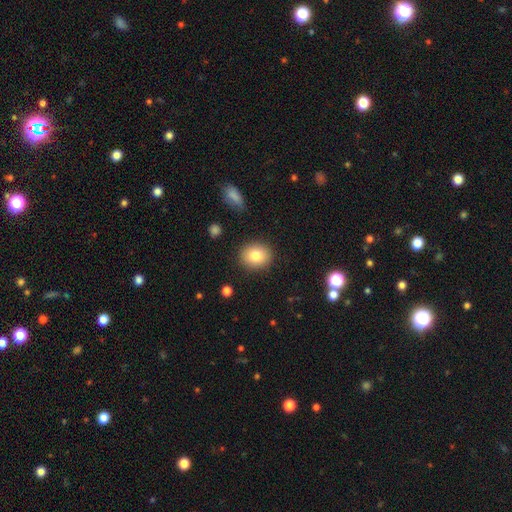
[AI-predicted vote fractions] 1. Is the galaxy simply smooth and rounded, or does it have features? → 80% smooth, 10% featured or disk, 9% star or artifact.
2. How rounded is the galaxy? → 66% round, 33% in between, 1% cigar-shaped.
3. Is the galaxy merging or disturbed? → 88% none, 8% minor disturbance, 2% major disturbance, 1% merger.